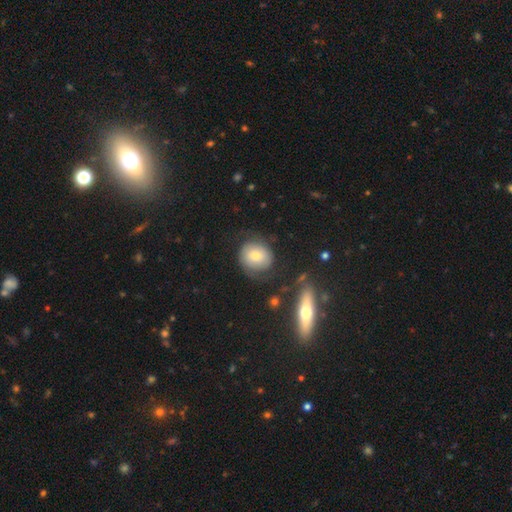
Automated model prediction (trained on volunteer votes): Overall: smooth (56%; featured or disk 35%). How rounded: round (76%). Merging: none (63%).